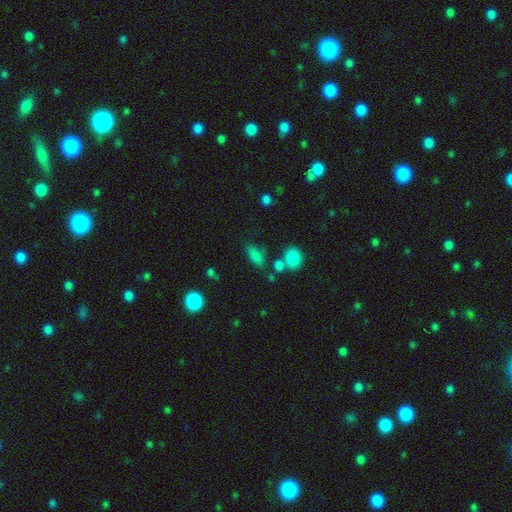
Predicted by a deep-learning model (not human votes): This appears to be a smooth galaxy with no disk features (81%) that is in between round and cigar-shaped (80%). Merging: none (62%).